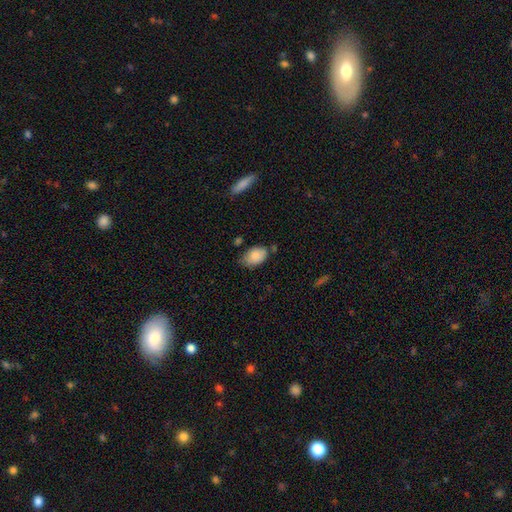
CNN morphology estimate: Smooth or featured?
  - smooth: 84% *
  - featured or disk: 9%
  - star or artifact: 7%
How rounded?
  - in between: 89% *
  - round: 10%
  - cigar-shaped: 1%
Merging?
  - none: 58% *
  - minor disturbance: 30%
  - major disturbance: 6%
  - merger: 6%